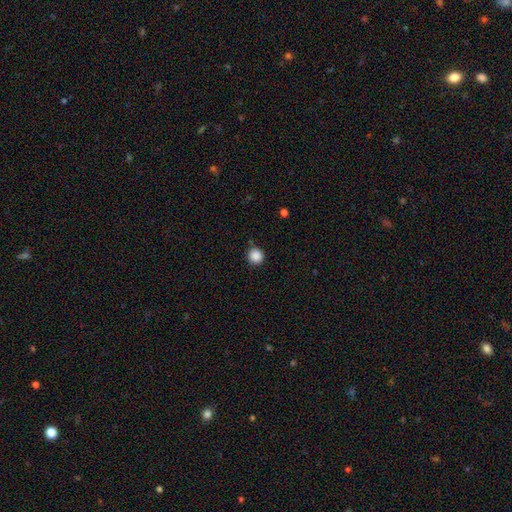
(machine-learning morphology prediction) Smooth or featured? Predicted: smooth (p=0.87). How rounded? Predicted: round (p=0.95). Merging? Predicted: none (p=0.87).